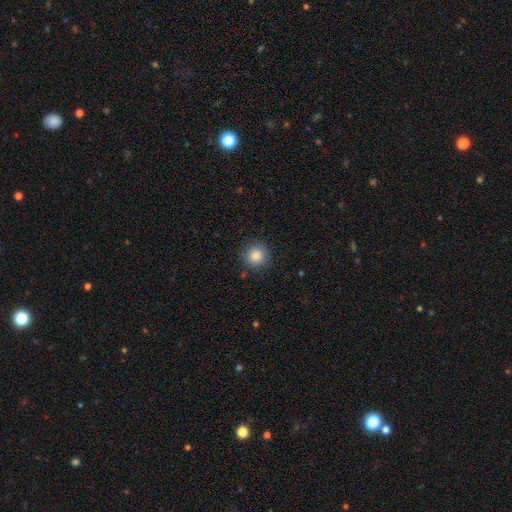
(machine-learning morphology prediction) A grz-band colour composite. It shows a smooth galaxy with no disk features (84%) that is round (93%). Merging: none (88%).